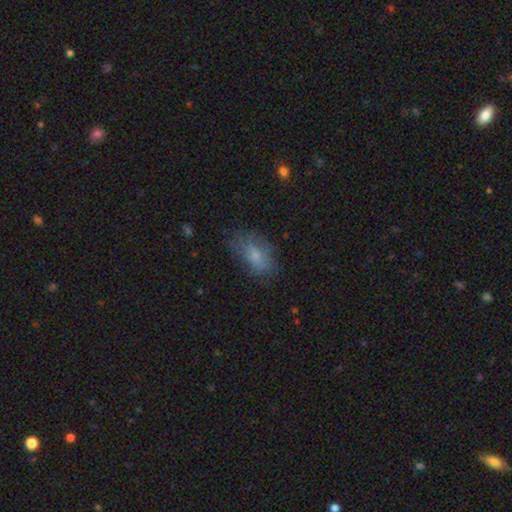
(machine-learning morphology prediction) A smooth galaxy with no disk features (68%) that is in between round and cigar-shaped (88%). Merging: none (60%).